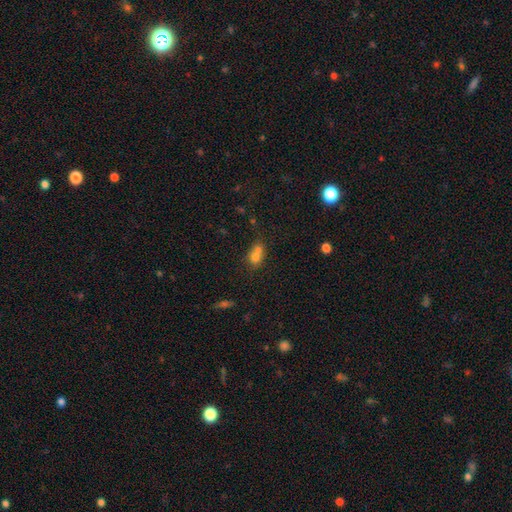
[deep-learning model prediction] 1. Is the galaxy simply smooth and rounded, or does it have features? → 70% smooth, 16% featured or disk, 14% star or artifact.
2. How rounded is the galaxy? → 51% round, 46% in between, 3% cigar-shaped.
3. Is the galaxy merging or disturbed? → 58% merger, 28% none, 10% minor disturbance, 5% major disturbance.